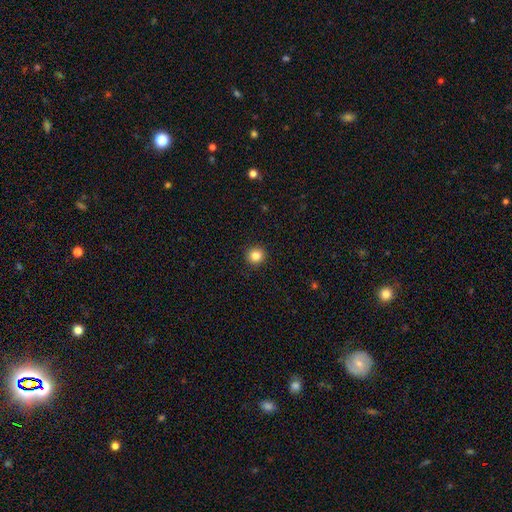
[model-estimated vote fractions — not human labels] Smooth or featured?
  - smooth: 84% *
  - star or artifact: 11%
  - featured or disk: 5%
How rounded?
  - round: 94% *
  - in between: 5%
  - cigar-shaped: 1%
Merging?
  - none: 93% *
  - minor disturbance: 4%
  - major disturbance: 2%
  - merger: 1%